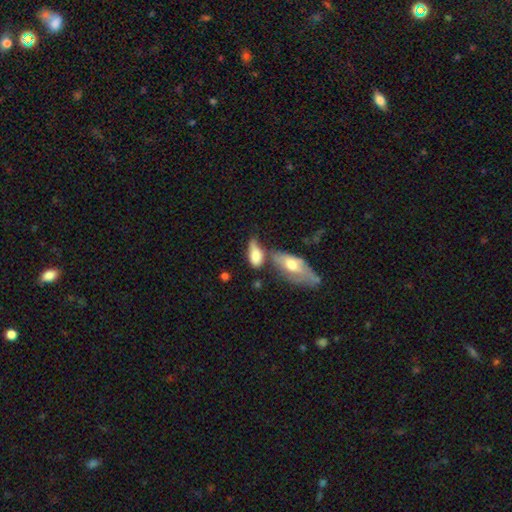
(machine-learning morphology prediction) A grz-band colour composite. It shows a smooth galaxy with no disk features (74%) that is in between round and cigar-shaped (86%). Merging: merger (37%).